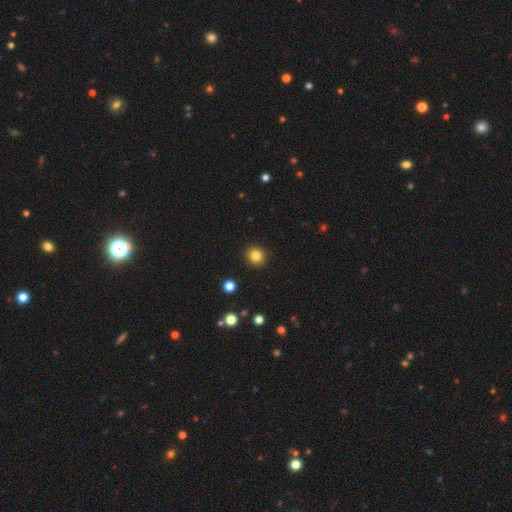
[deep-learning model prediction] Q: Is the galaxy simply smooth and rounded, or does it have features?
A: smooth — 83%.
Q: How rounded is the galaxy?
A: round — 91%.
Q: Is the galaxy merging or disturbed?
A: none — 92%.